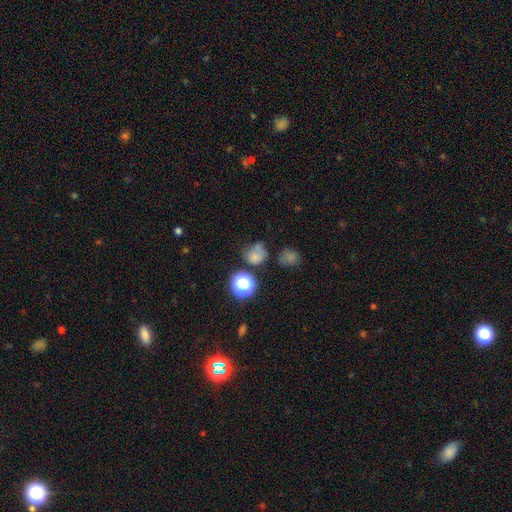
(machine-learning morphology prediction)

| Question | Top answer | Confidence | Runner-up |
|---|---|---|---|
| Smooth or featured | smooth | 68% | star or artifact (22%) |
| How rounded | round | 71% | in between (28%) |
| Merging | none | 50% | minor disturbance (21%) |